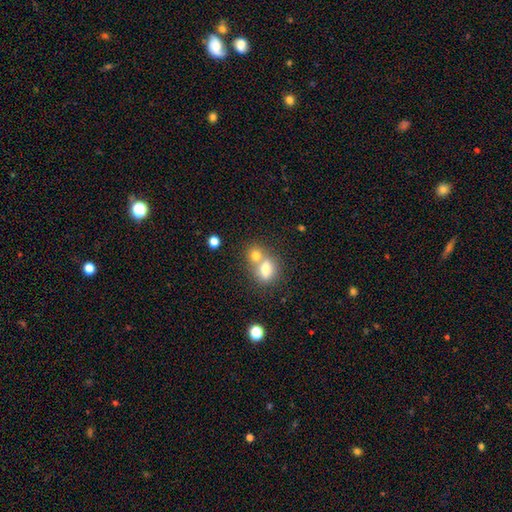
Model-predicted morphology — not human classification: A smooth galaxy with no disk features (72%) that is in between round and cigar-shaped (53%). Merging: merger (57%).